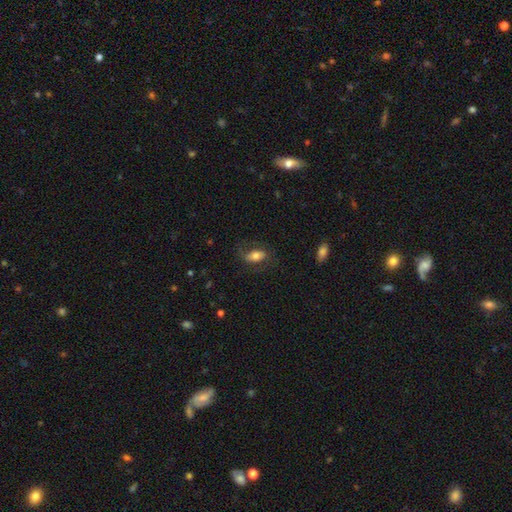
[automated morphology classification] smooth 58%, featured or disk 34%, star or artifact 8%. Down the decision tree: how rounded — in between (86%); merging — none (65%).